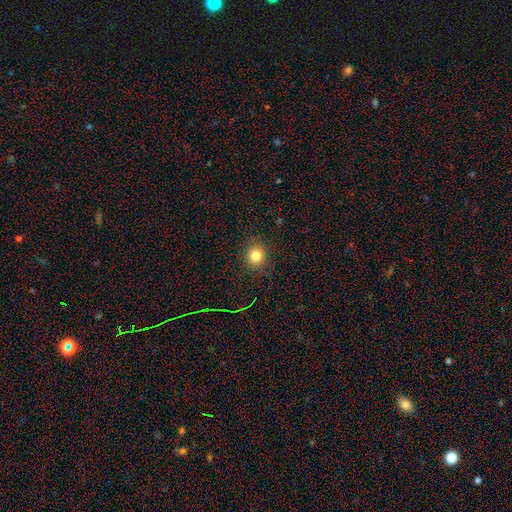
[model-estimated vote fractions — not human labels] Q: Smooth or featured?
A: smooth (81%); runner-up: star or artifact (13%)
Q: How rounded?
A: round (82%); runner-up: in between (18%)
Q: Merging?
A: none (89%); runner-up: minor disturbance (8%)